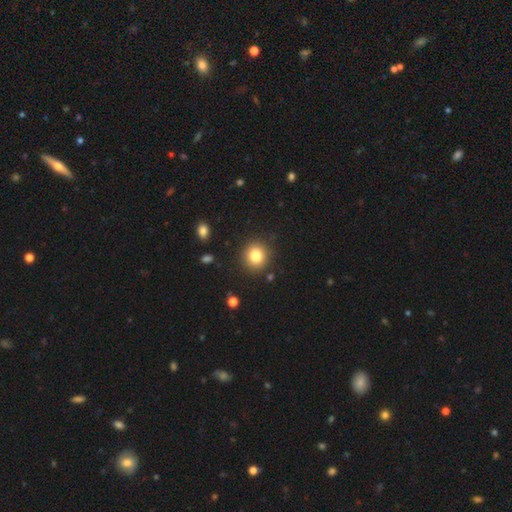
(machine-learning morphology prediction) This is clearly a smooth galaxy (82%). How rounded: clearly round (88%). Merging: clearly none (88%).